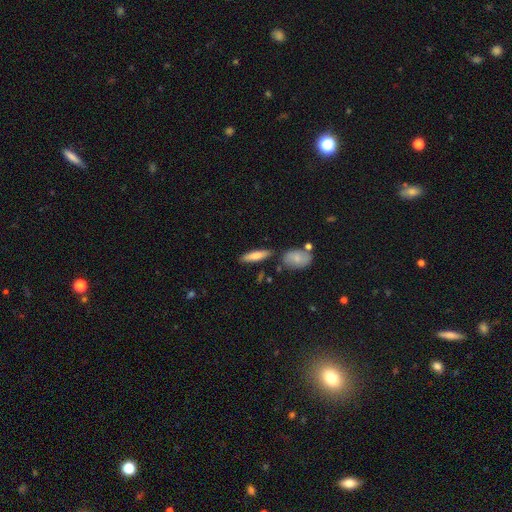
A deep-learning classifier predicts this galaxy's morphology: Smooth or featured? smooth (75%)
How rounded? cigar-shaped (63%)
Merging? none (79%)